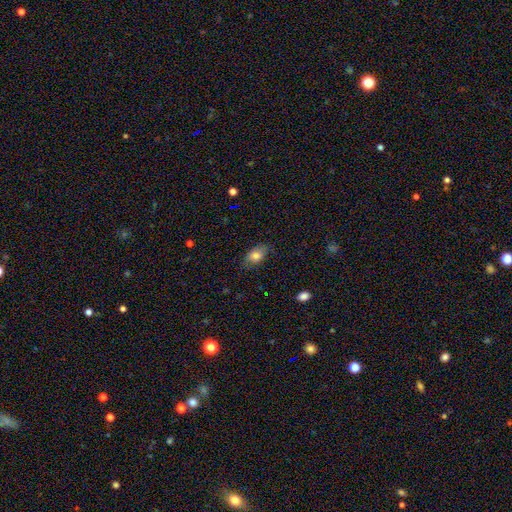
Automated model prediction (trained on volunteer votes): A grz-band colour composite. It shows a smooth galaxy with no disk features (76%) that is in between round and cigar-shaped (86%). Merging: none (74%).